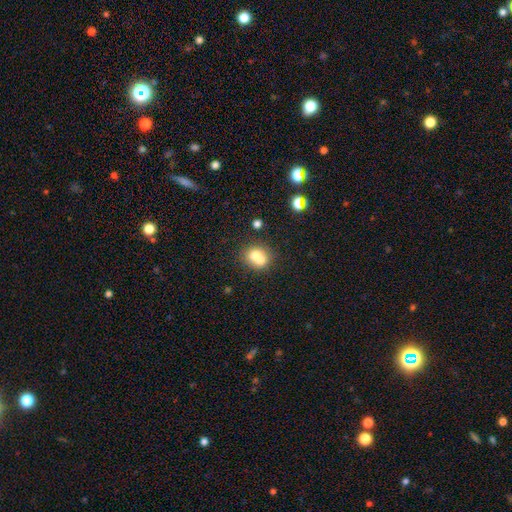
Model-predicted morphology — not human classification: The model was most divided on "merging": merger: 58%, none: 32%, minor disturbance: 7%, major disturbance: 3%. More confident: how rounded — round (72%); smooth or featured — smooth (68%).